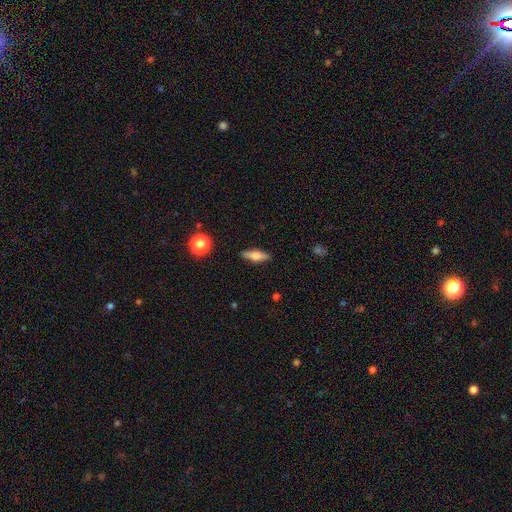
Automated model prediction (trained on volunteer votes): Smooth or featured?
  - smooth: 51% *
  - featured or disk: 41%
  - star or artifact: 8%
How rounded?
  - cigar-shaped: 52% *
  - in between: 44%
  - round: 5%
Merging?
  - none: 87% *
  - minor disturbance: 9%
  - major disturbance: 2%
  - merger: 1%